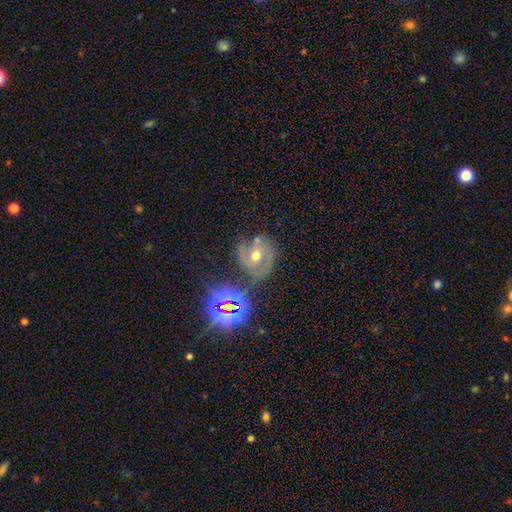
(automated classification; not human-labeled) Q: Smooth or featured?
A: featured or disk (55%); runner-up: smooth (25%)
Q: Edge-on disk?
A: no (96%); runner-up: yes (4%)
Q: Bar?
A: no (62%); runner-up: weak (27%)
Q: Spiral arms?
A: yes (74%); runner-up: no (26%)
Q: Bulge size?
A: moderate (75%); runner-up: small (18%)
Q: Merging?
A: none (55%); runner-up: minor disturbance (21%)